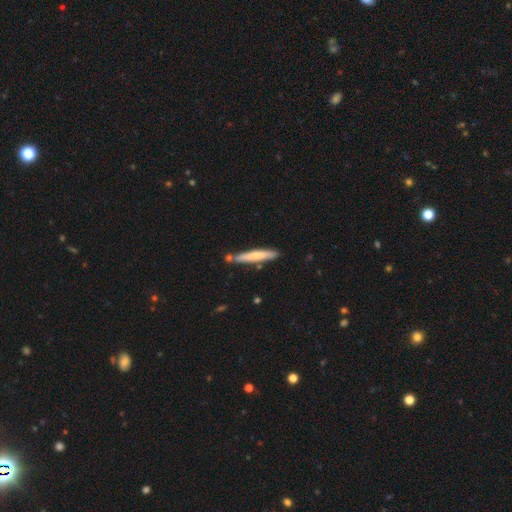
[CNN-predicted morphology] Smooth or featured?
  - smooth: 63% *
  - featured or disk: 32%
  - star or artifact: 5%
How rounded?
  - cigar-shaped: 93% *
  - in between: 6%
  - round: 1%
Merging?
  - none: 77% *
  - minor disturbance: 13%
  - merger: 8%
  - major disturbance: 2%